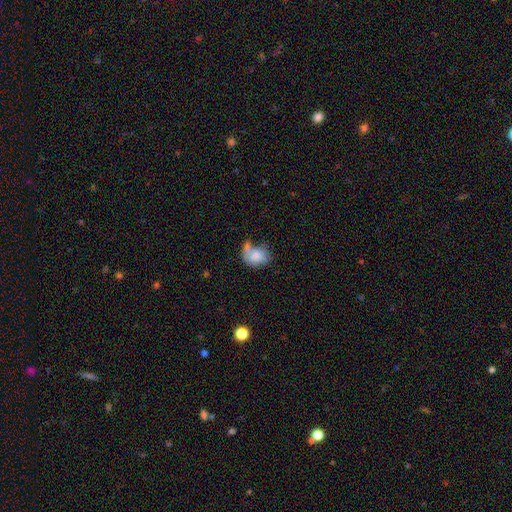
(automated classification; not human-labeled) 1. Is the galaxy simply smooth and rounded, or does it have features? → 75% smooth, 17% featured or disk, 8% star or artifact.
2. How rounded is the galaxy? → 62% in between, 37% round, 1% cigar-shaped.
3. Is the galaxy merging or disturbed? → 31% none, 27% merger, 22% minor disturbance, 20% major disturbance.